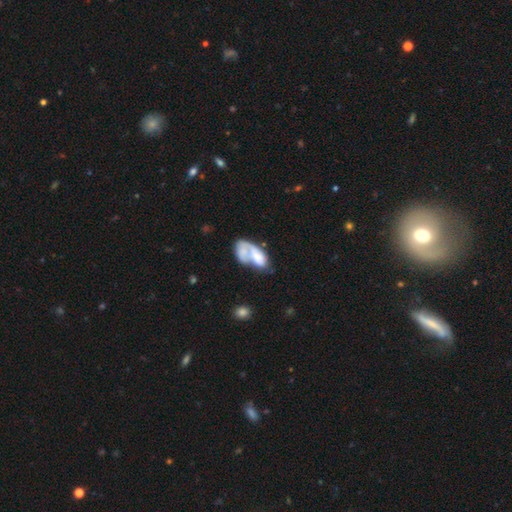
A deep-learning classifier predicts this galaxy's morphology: The model was most divided on "smooth or featured": smooth: 53%, featured or disk: 40%, star or artifact: 7%. Remaining: how rounded — in between (91%); merging — merger (39%).